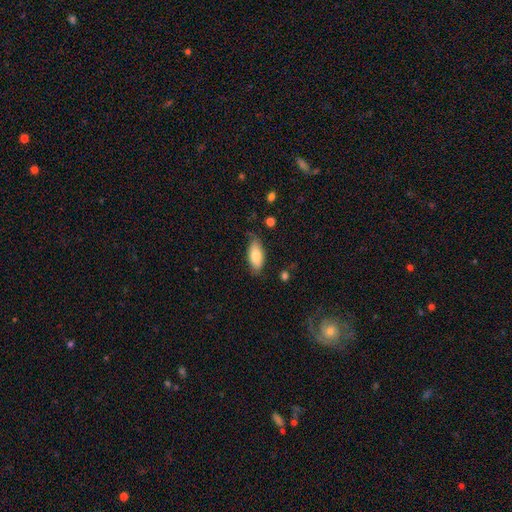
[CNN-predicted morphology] Smooth or featured? smooth (79%)
How rounded? in between (86%)
Merging? none (68%)